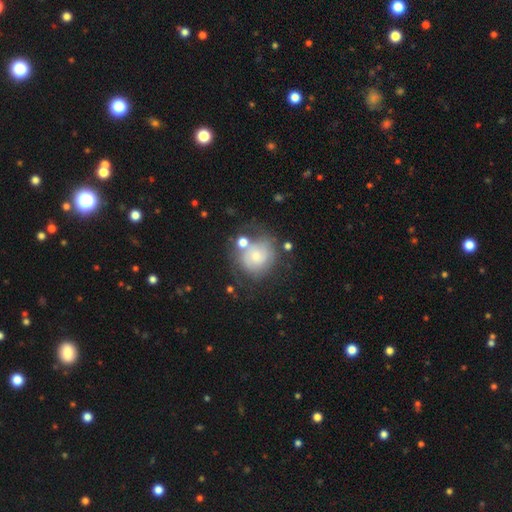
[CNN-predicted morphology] This appears to be a featured or disk galaxy (47%). Merging: none (49%).